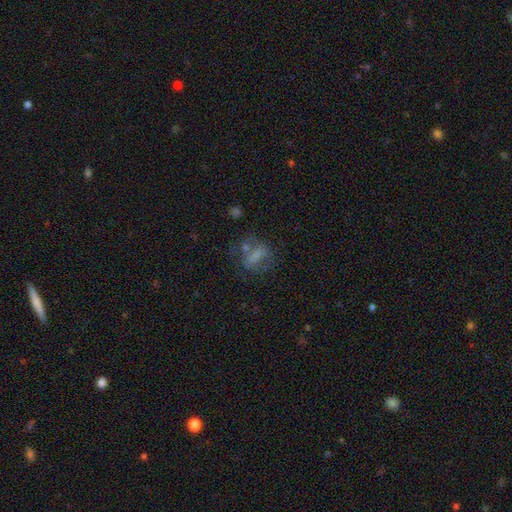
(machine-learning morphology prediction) smooth 55%, featured or disk 30%, star or artifact 15%. Down the decision tree: how rounded — in between (63%); merging — none (47%).